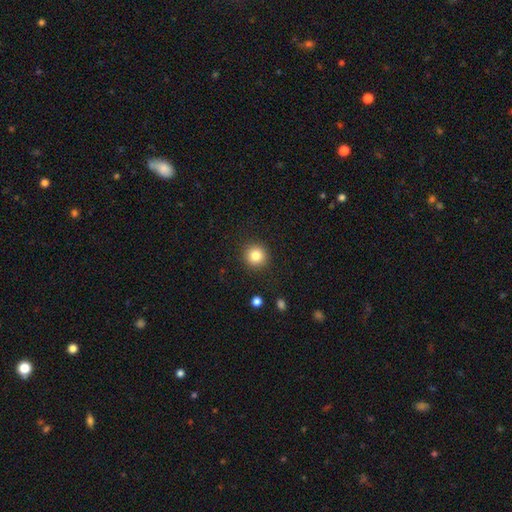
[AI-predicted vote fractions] The model was most divided on "smooth or featured": smooth: 83%, star or artifact: 10%, featured or disk: 7%. More confident: how rounded — round (94%); merging — none (90%).